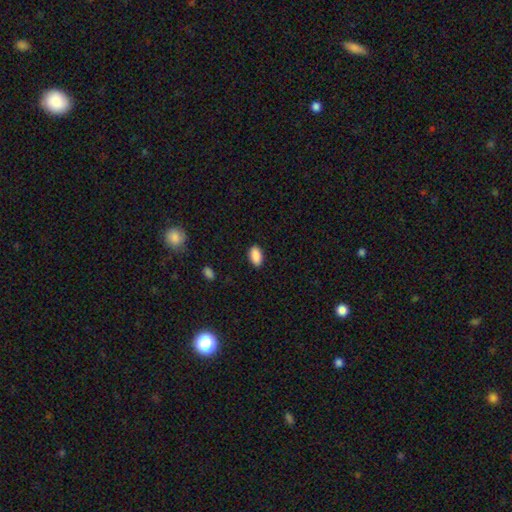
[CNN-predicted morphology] smooth_or_featured: smooth (p=0.89) [alt: star or artifact p=0.07]
how_rounded: in between (p=0.94) [alt: round p=0.04]
merging: none (p=0.88) [alt: minor disturbance p=0.09]